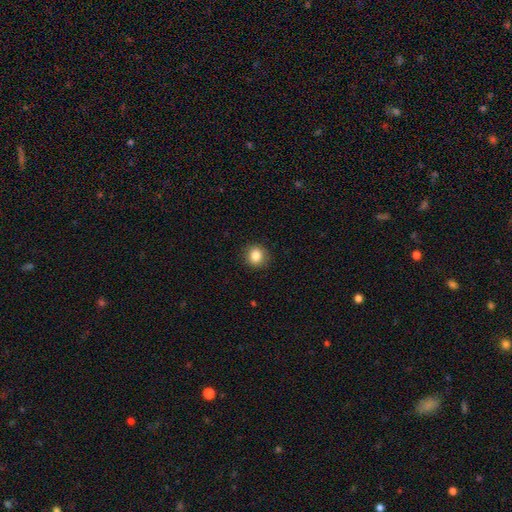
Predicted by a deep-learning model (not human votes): smooth-or-featured: smooth: 85% | star or artifact: 10% | featured or disk: 5%
  how-rounded: round: 88% | in between: 11% | cigar-shaped: 1%
  merging: none: 91% | minor disturbance: 6% | major disturbance: 2% | merger: 1%